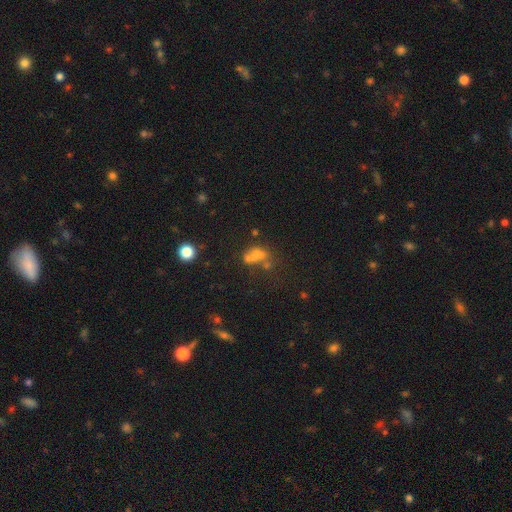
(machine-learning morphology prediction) A smooth galaxy with no disk features (43%). Merging: merger (38%).